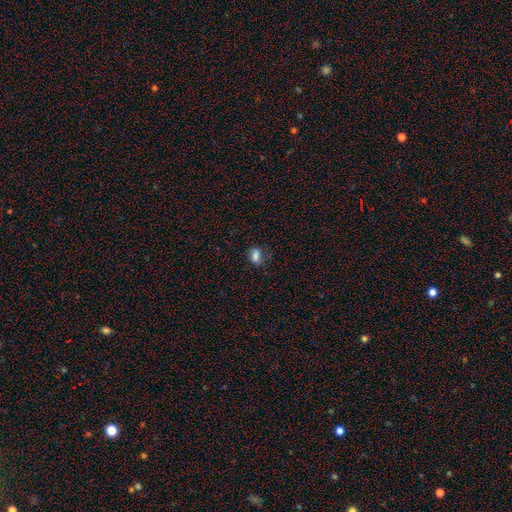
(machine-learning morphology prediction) type=smooth (80%); roundness=in between (77%); merging=none (71%).